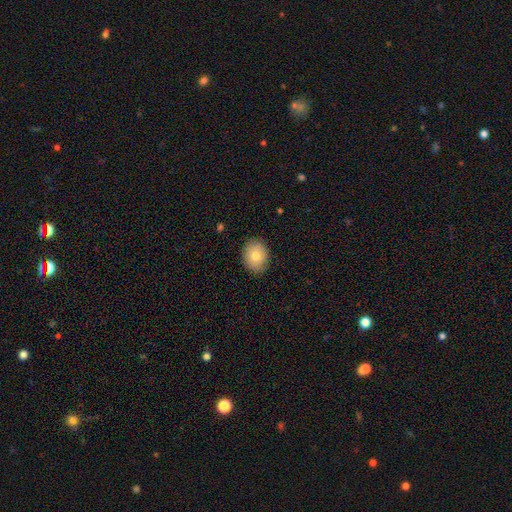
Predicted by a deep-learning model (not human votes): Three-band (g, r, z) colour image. It shows a smooth galaxy with no disk features (78%) that is round (54%). Merging: none (86%).